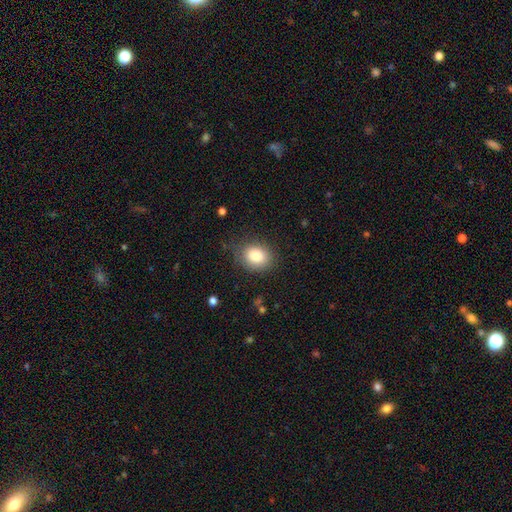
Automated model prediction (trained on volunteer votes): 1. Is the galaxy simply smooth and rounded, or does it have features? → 84% smooth, 9% star or artifact, 7% featured or disk.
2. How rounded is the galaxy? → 50% in between, 49% round, 1% cigar-shaped.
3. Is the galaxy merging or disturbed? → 79% none, 15% minor disturbance, 5% major disturbance, 1% merger.